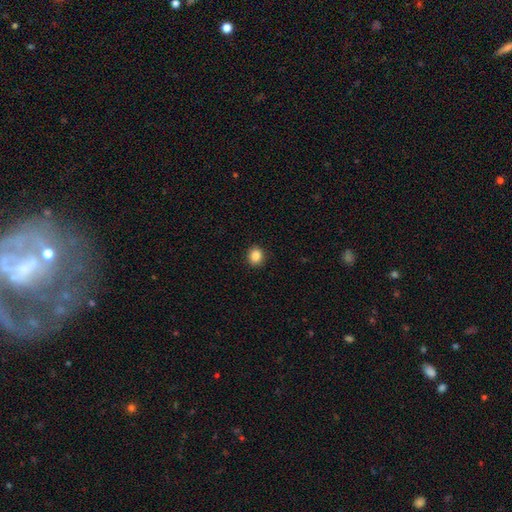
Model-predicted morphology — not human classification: A smooth galaxy with no disk features (87%) that is round (79%).

Vote fractions:
- Smooth or featured? smooth: 87% / star or artifact: 10% / featured or disk: 3%
- How rounded? round: 79% / in between: 20% / cigar-shaped: 1%
- Merging? none: 91% / minor disturbance: 6% / major disturbance: 2% / merger: 1%